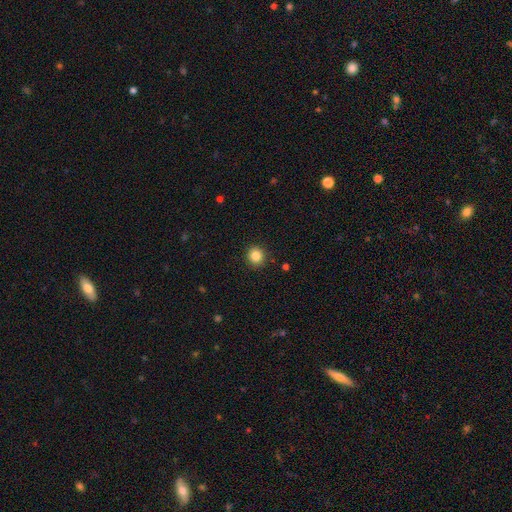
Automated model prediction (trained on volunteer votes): smooth_or_featured: smooth (p=0.85) [alt: star or artifact p=0.10]
how_rounded: round (p=0.90) [alt: in between p=0.09]
merging: none (p=0.91) [alt: minor disturbance p=0.06]